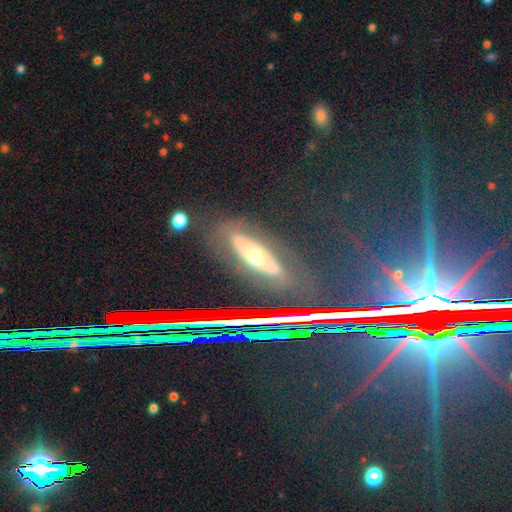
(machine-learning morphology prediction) Overall: featured or disk (48%; smooth 32%). Merging: none (74%).